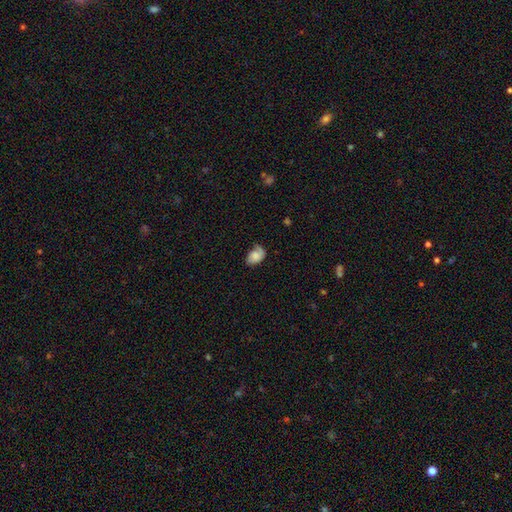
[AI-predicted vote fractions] smooth 61%, featured or disk 31%, star or artifact 8%. Down the decision tree: how rounded — in between (84%); merging — none (47%).